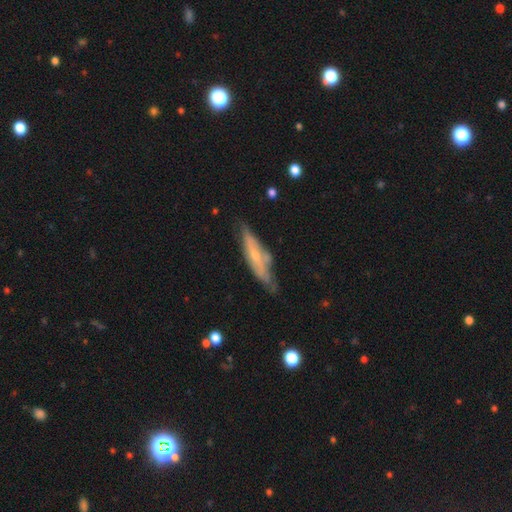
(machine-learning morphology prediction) smooth_or_featured: featured or disk (p=0.58) [alt: smooth p=0.36]
disk_edge_on: yes (p=0.64) [alt: no p=0.36]
merging: none (p=0.56) [alt: minor disturbance p=0.30]